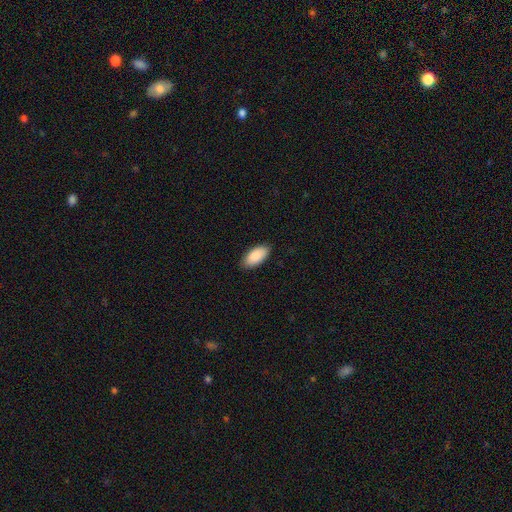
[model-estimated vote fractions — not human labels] The model was most divided on "merging": none: 88%, minor disturbance: 10%, major disturbance: 2%, merger: 1%. More confident: how rounded — in between (94%); smooth or featured — smooth (90%).